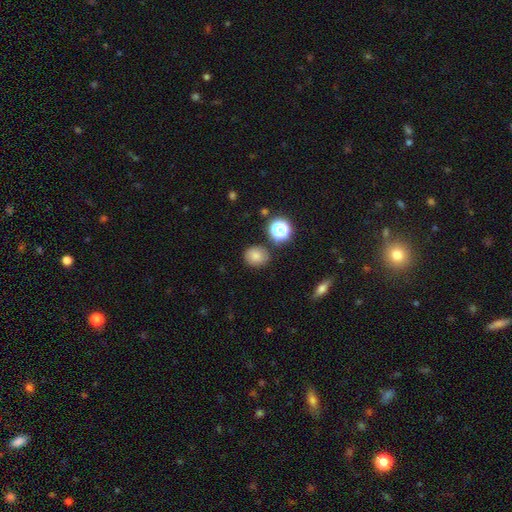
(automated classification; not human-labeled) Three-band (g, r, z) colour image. It shows a smooth galaxy with no disk features (71%) that is round (66%). Merging: none (83%).